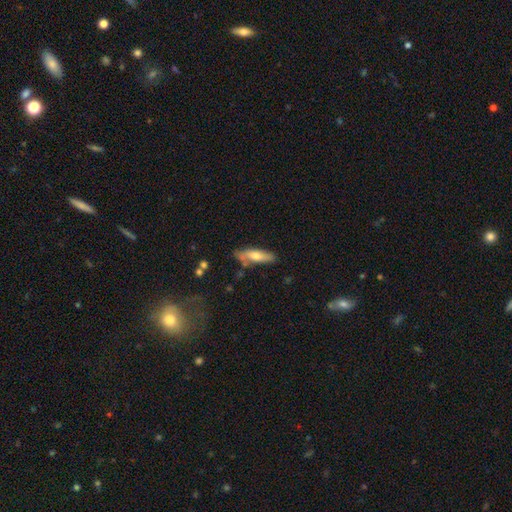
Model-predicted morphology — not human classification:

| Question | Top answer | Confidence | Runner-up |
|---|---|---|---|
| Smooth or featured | smooth | 63% | featured or disk (31%) |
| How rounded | cigar-shaped | 58% | in between (40%) |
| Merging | none | 68% | minor disturbance (21%) |